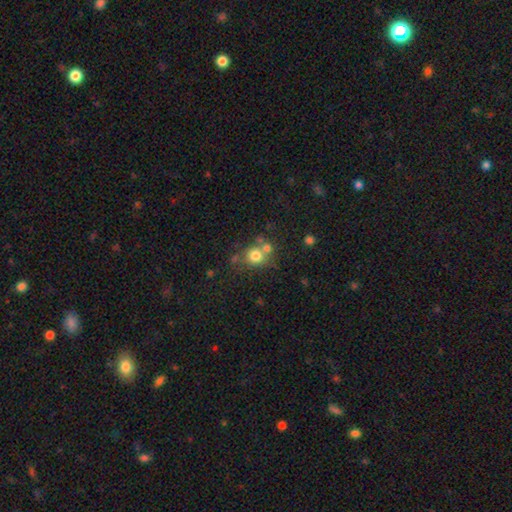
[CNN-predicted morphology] This appears to be a smooth galaxy with no disk features (74%) that is round (85%). Merging: none (56%).